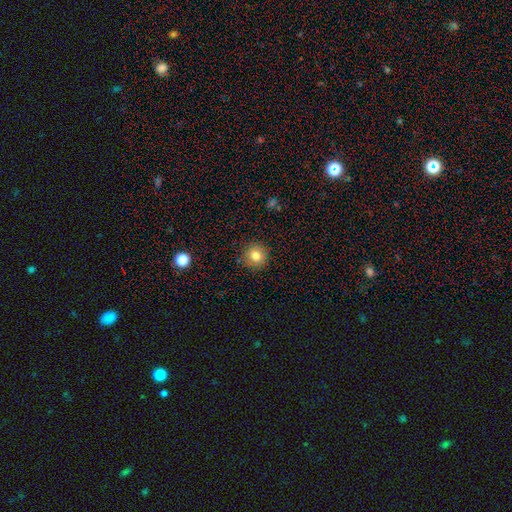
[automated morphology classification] Q: Smooth or featured?
A: smooth (81%); runner-up: star or artifact (11%)
Q: How rounded?
A: round (94%); runner-up: in between (6%)
Q: Merging?
A: none (90%); runner-up: minor disturbance (7%)